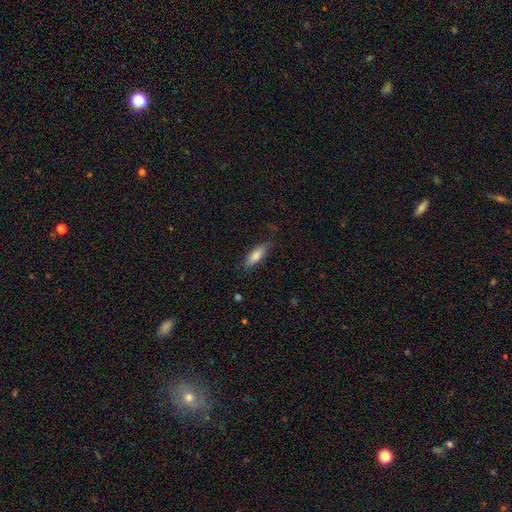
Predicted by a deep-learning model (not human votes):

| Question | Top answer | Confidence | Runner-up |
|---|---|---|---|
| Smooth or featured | smooth | 82% | featured or disk (12%) |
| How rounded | in between | 67% | cigar-shaped (31%) |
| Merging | none | 77% | minor disturbance (17%) |